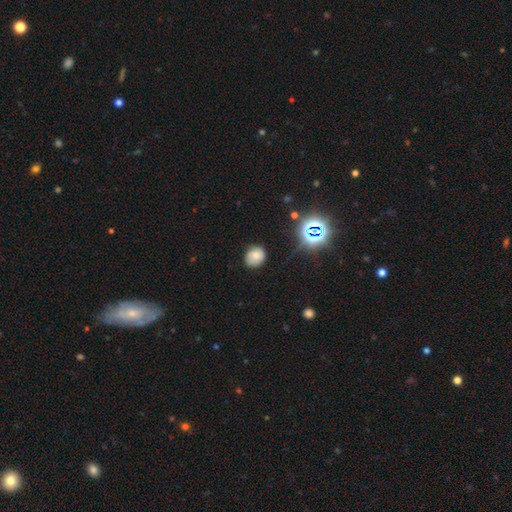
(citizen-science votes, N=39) Morphology: type=smooth (77%); roundness=round (60%); merging=none (61%).